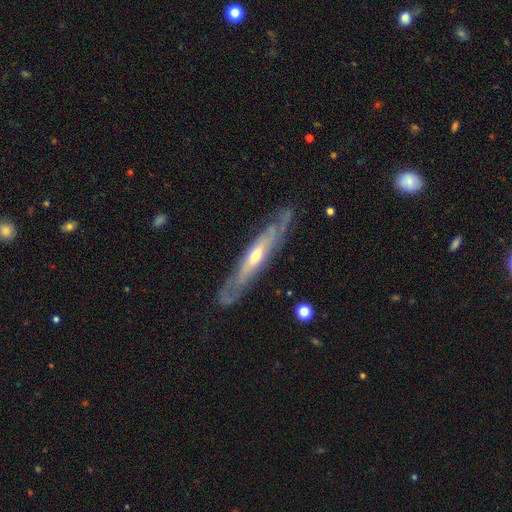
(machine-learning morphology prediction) featured or disk 79%, smooth 16%, star or artifact 5%. Down the decision tree: edge-on disk — yes (58%); merging — none (77%).